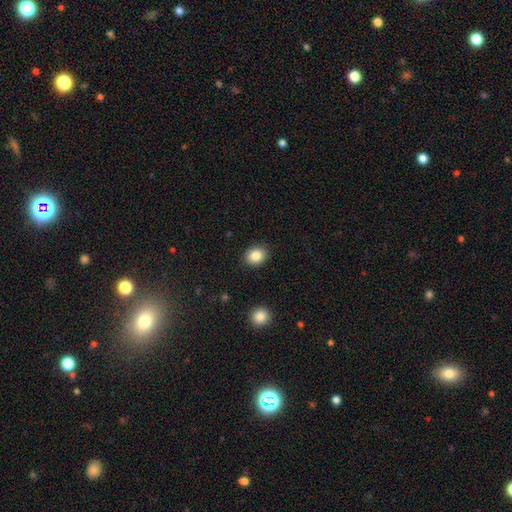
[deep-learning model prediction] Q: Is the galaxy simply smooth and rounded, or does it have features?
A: smooth — 86%.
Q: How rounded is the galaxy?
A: round — 54%.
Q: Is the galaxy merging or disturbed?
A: none — 89%.